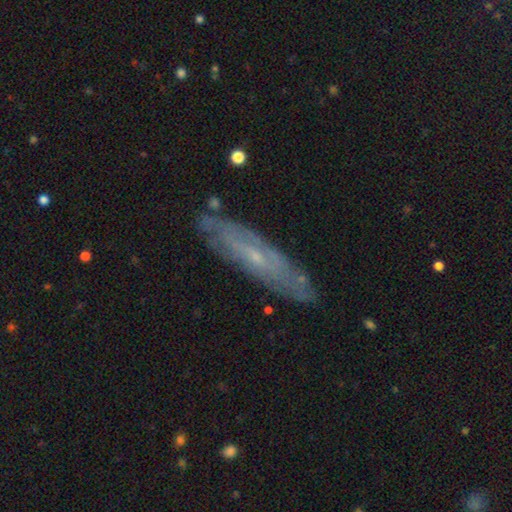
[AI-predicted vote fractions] The model was most divided on "edge-on disk": no: 56%, yes: 44%. More confident: merging — none (82%); smooth or featured — featured or disk (66%).